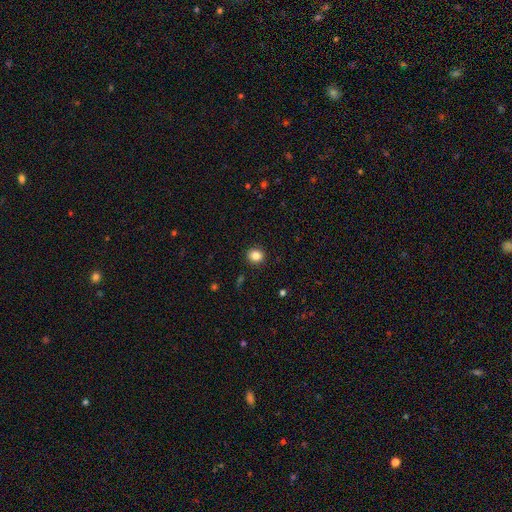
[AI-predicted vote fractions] This appears to be a smooth galaxy with no disk features (85%) that is round (84%). Merging: none (91%).